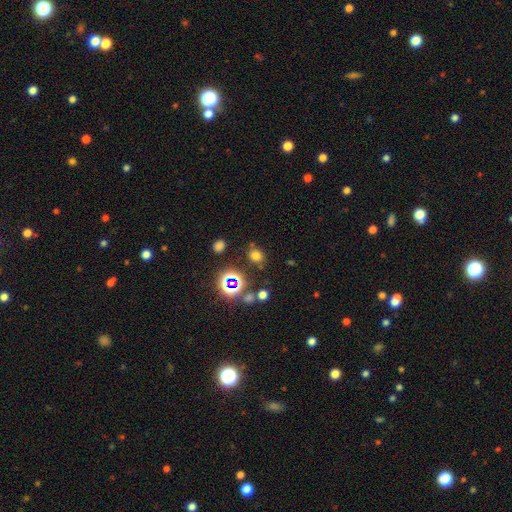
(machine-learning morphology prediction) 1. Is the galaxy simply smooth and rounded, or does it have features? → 66% smooth, 27% star or artifact, 7% featured or disk.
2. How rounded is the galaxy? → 61% round, 38% in between, 1% cigar-shaped.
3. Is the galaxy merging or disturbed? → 75% none, 13% minor disturbance, 6% merger, 5% major disturbance.